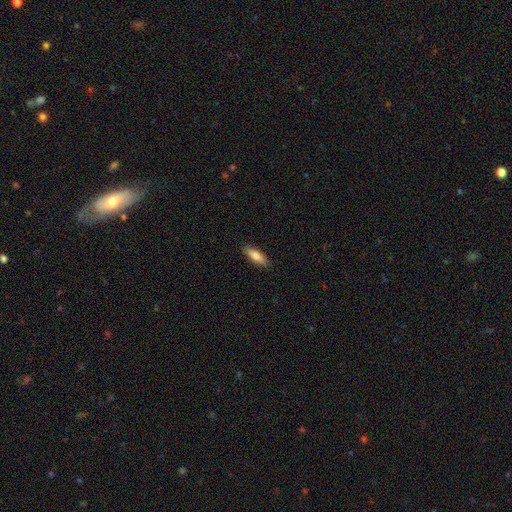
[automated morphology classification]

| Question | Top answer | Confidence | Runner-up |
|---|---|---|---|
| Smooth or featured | smooth | 76% | featured or disk (18%) |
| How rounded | in between | 53% | cigar-shaped (45%) |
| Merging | none | 89% | minor disturbance (9%) |